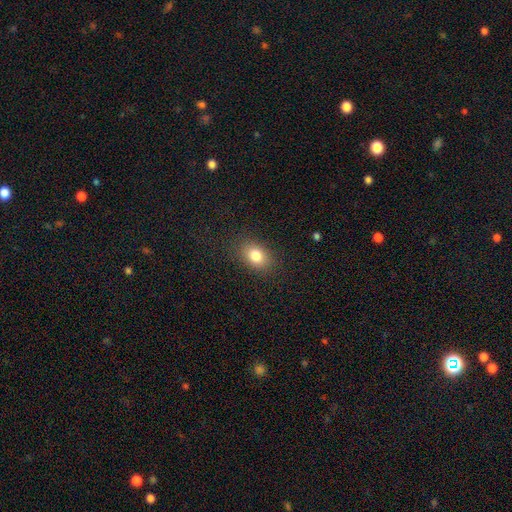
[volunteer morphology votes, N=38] Volunteers were most divided on "how rounded": in between: 77%, round: 23%, cigar-shaped: 0%. More confident: merging — none (86%); smooth or featured — smooth (82%).